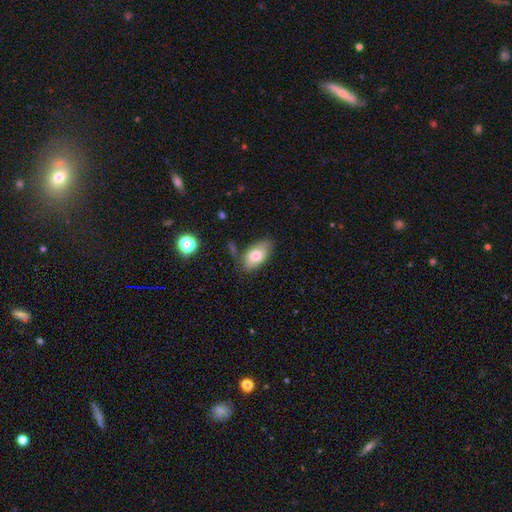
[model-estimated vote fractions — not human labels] smooth 79%, featured or disk 14%, star or artifact 7%. Down the decision tree: how rounded — in between (92%); merging — none (71%).